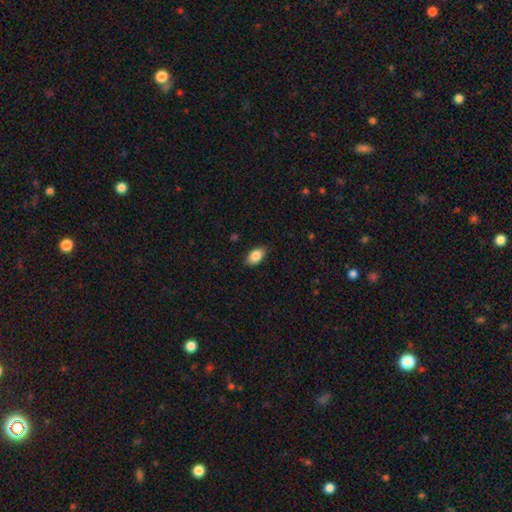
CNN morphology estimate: type=smooth (87%); roundness=in between (92%); merging=none (85%).